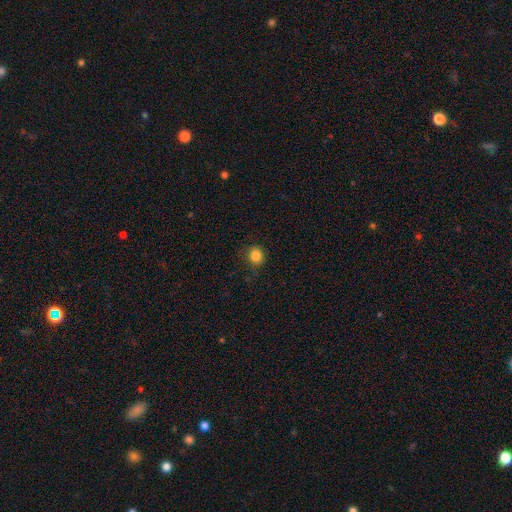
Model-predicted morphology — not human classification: The model was most divided on "how rounded": round: 83%, in between: 16%, cigar-shaped: 1%. More confident: merging — none (86%); smooth or featured — smooth (84%).